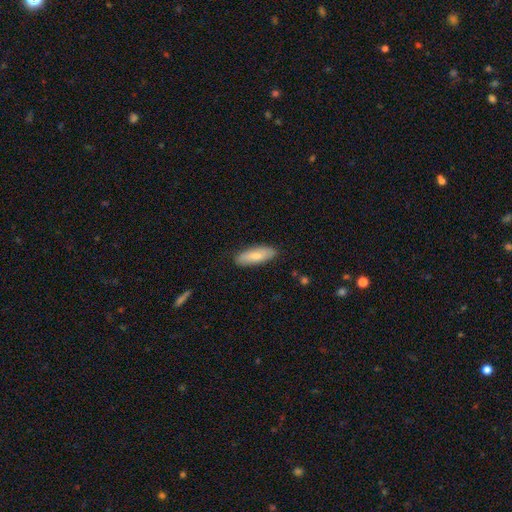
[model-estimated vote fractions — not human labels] Smooth or featured?
  - smooth: 78% *
  - featured or disk: 17%
  - star or artifact: 6%
How rounded?
  - in between: 62% *
  - cigar-shaped: 37%
  - round: 2%
Merging?
  - none: 85% *
  - minor disturbance: 11%
  - major disturbance: 2%
  - merger: 1%